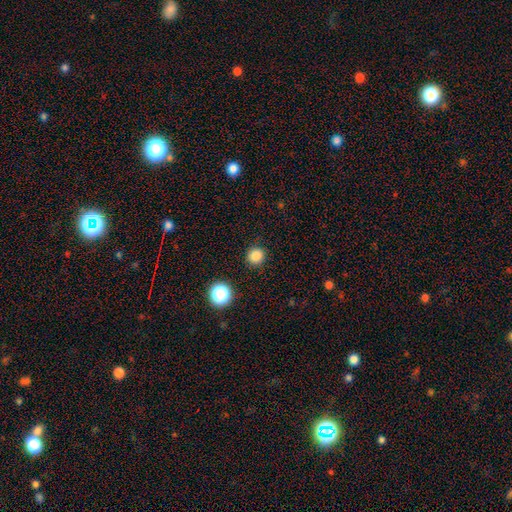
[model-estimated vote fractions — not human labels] This appears to be a smooth galaxy with no disk features (83%) that is round (92%). Merging: none (90%).